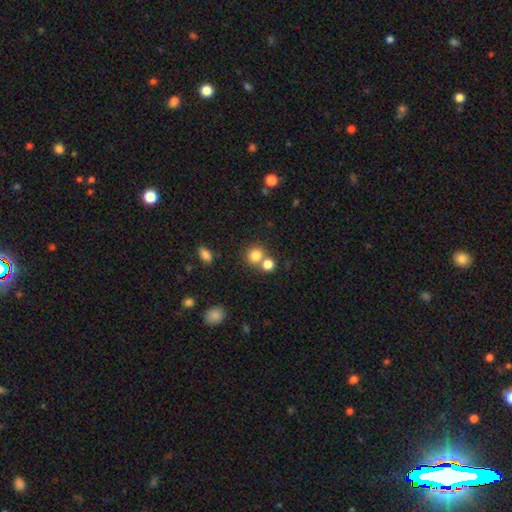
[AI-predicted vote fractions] smooth 80%, star or artifact 12%, featured or disk 7%. Down the decision tree: how rounded — round (82%); merging — none (55%).